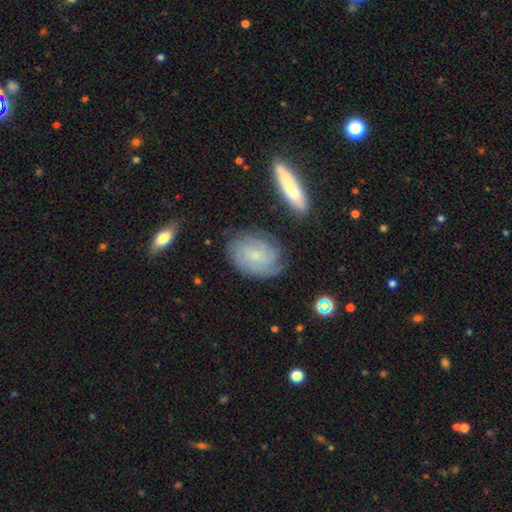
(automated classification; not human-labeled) A featured or disk galaxy (66%) with no bar (71%), tight (69%) spiral arms (92%) and a small central bulge (74%). Merging: none (73%).